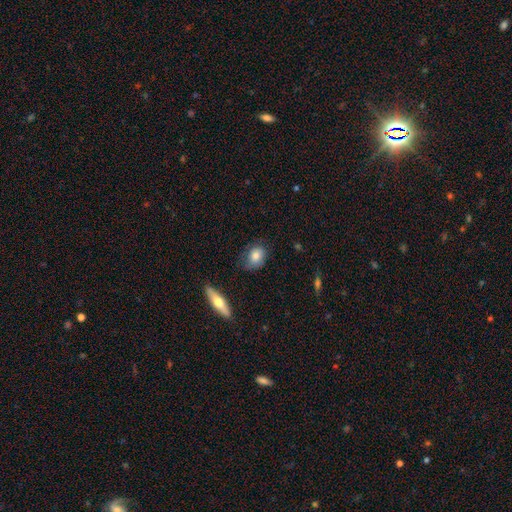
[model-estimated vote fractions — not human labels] smooth-or-featured: smooth: 76% | featured or disk: 16% | star or artifact: 7%
  how-rounded: in between: 69% | round: 29% | cigar-shaped: 2%
  merging: none: 64% | minor disturbance: 26% | major disturbance: 8% | merger: 2%